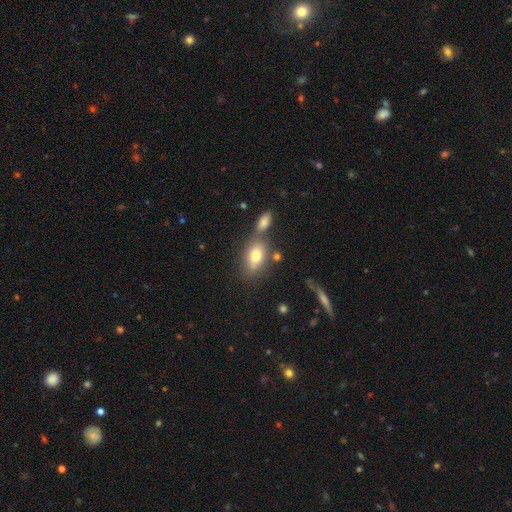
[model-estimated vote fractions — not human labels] Overall: smooth (76%). How rounded: in between (84%). Merging: none (54%; merger 26%).